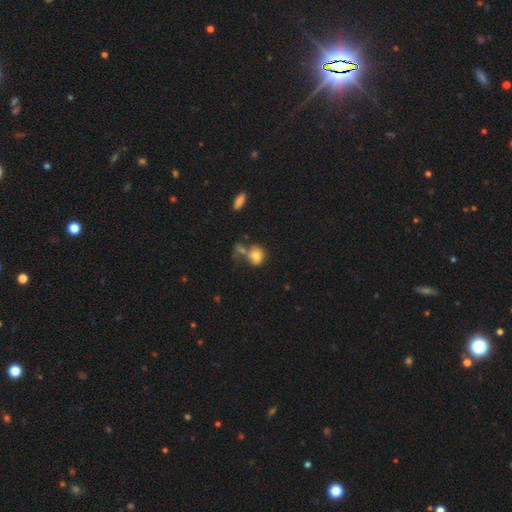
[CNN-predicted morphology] Overall: smooth (75%). How rounded: round (68%; in between 30%). Merging: none (40%; merger 30%).